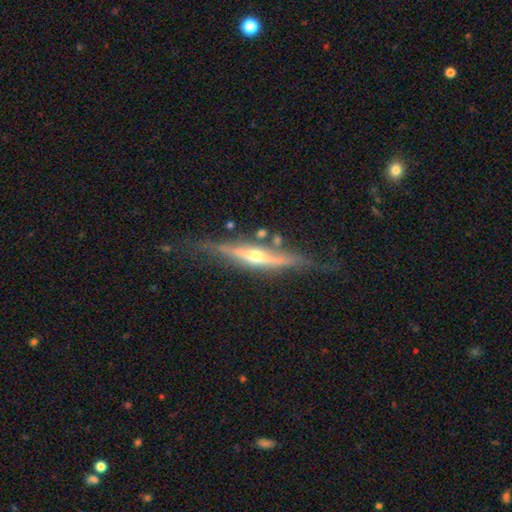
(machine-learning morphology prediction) The model was most divided on "merging": none: 70%, minor disturbance: 20%, major disturbance: 6%, merger: 5%. More confident: edge-on disk — yes (95%); edge-on bulge — rounded (84%); smooth or featured — featured or disk (80%).